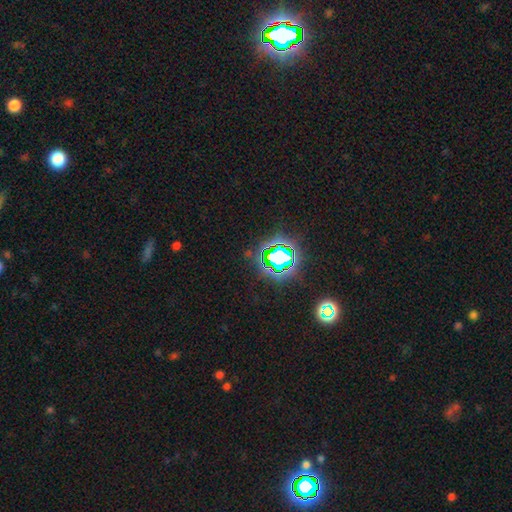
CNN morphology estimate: A star or artifact, not a galaxy (77%).